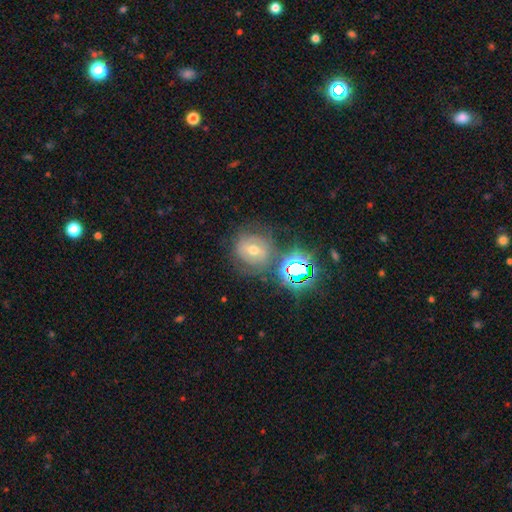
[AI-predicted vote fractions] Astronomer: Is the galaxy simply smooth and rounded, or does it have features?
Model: star or artifact — 44% (runner-up: smooth, 29%).